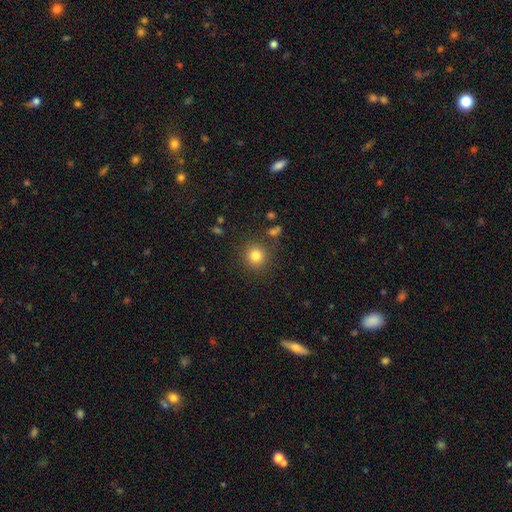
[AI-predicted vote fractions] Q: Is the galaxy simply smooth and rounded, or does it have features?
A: smooth — 82%.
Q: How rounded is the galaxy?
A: round — 92%.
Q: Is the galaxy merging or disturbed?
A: none — 86%.